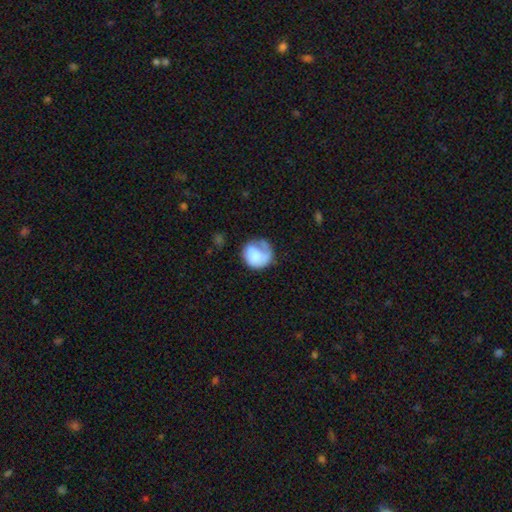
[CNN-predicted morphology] Smooth or featured: smooth — 67% (featured or disk — 26%)
How rounded: round — 75% (in between — 24%)
Merging: none — 42% (major disturbance — 28%)